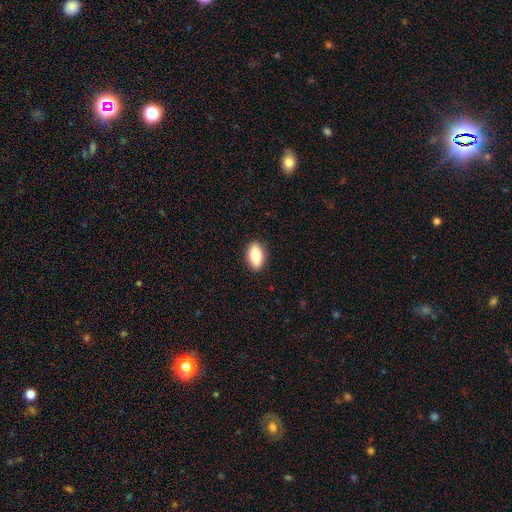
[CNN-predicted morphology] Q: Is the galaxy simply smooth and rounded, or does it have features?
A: smooth — 81%.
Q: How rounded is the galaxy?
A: in between — 89%.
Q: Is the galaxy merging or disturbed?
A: none — 89%.